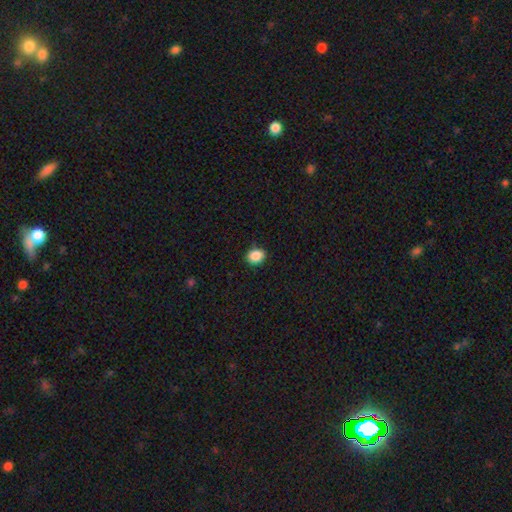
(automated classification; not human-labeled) A smooth galaxy with no disk features (88%) that is in between round and cigar-shaped (55%). Merging: none (87%).